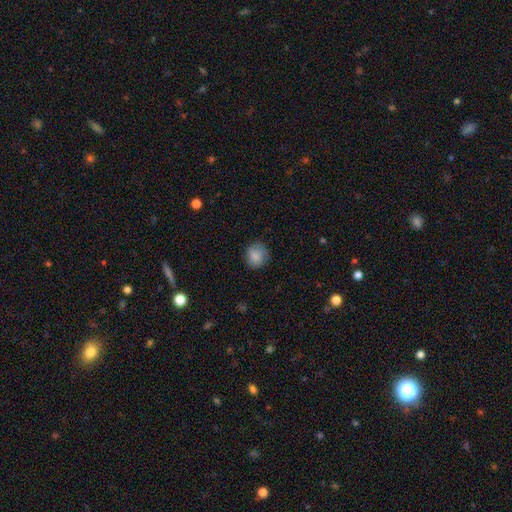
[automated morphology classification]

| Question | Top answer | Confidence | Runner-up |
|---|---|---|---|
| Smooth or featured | smooth | 83% | featured or disk (9%) |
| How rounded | round | 85% | in between (14%) |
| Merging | none | 80% | minor disturbance (15%) |